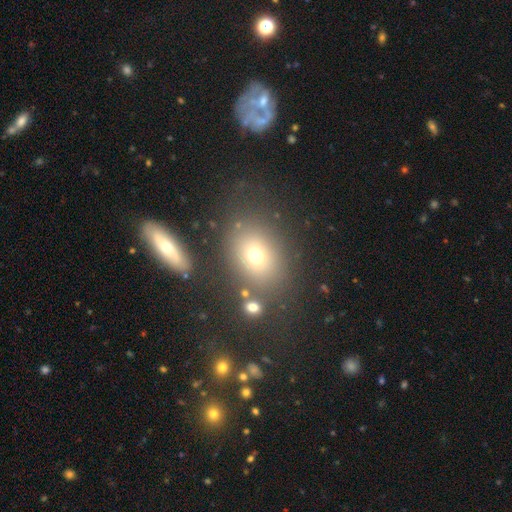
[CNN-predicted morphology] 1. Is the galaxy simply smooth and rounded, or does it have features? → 70% smooth, 16% star or artifact, 15% featured or disk.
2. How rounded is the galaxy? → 51% in between, 47% round, 2% cigar-shaped.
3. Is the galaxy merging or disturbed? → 74% none, 12% minor disturbance, 8% merger, 6% major disturbance.